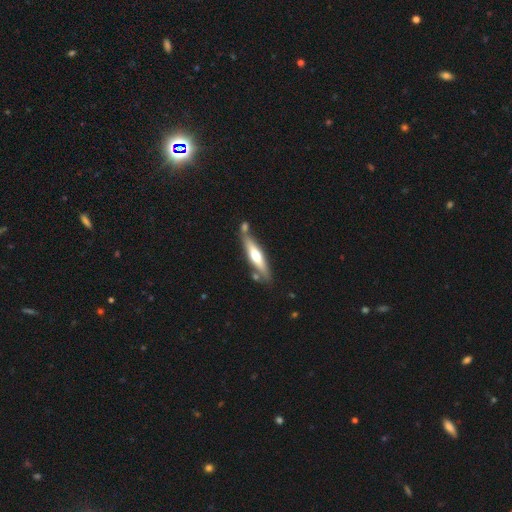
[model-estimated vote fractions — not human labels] smooth-or-featured: featured or disk: 51% | smooth: 44% | star or artifact: 5%
  disk-edge-on: yes: 89% | no: 11%
  merging: none: 70% | minor disturbance: 15% | merger: 12% | major disturbance: 3%